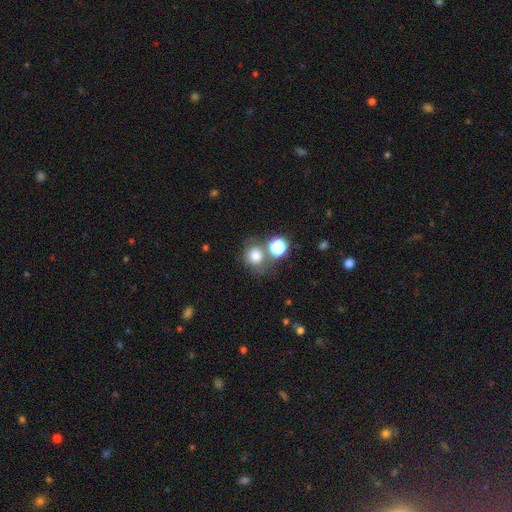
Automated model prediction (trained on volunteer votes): The model was most divided on "merging": none: 58%, merger: 23%, minor disturbance: 13%, major disturbance: 6%. More confident: how rounded — round (81%); smooth or featured — smooth (75%).